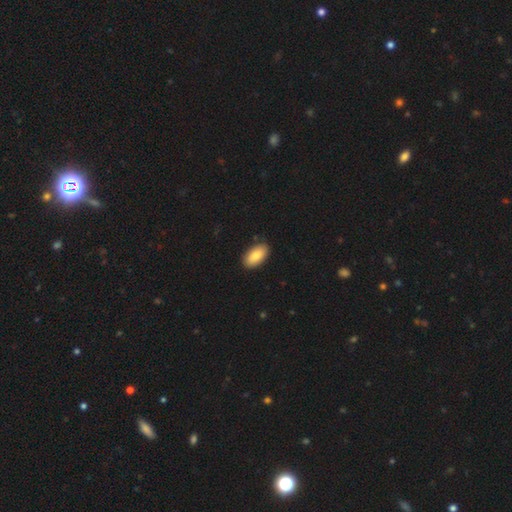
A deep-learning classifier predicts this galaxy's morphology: Q: Smooth or featured?
A: smooth (84%); runner-up: featured or disk (10%)
Q: How rounded?
A: in between (94%); runner-up: cigar-shaped (3%)
Q: Merging?
A: none (88%); runner-up: minor disturbance (9%)